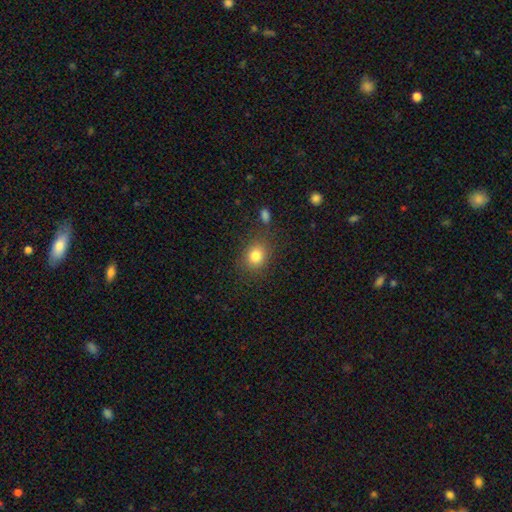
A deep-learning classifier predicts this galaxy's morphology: This appears to be a smooth galaxy with no disk features (82%) that is round (63%). Merging: none (81%).